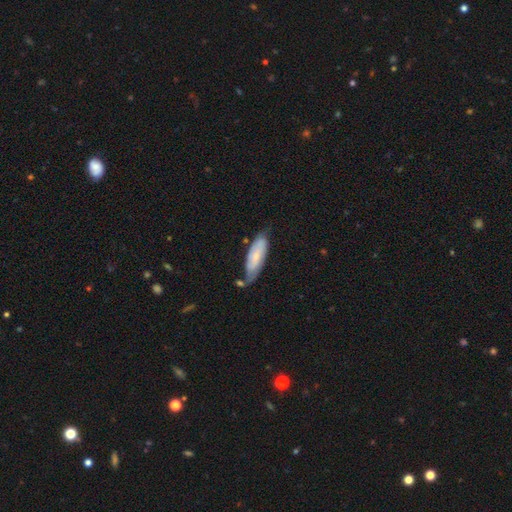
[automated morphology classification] A smooth galaxy with no disk features (50%) that is in between round and cigar-shaped (60%).

Vote fractions:
- Smooth or featured? smooth: 50% / featured or disk: 44% / star or artifact: 6%
- How rounded? in between: 60% / cigar-shaped: 38% / round: 2%
- Merging? none: 54% / minor disturbance: 29% / major disturbance: 9% / merger: 8%